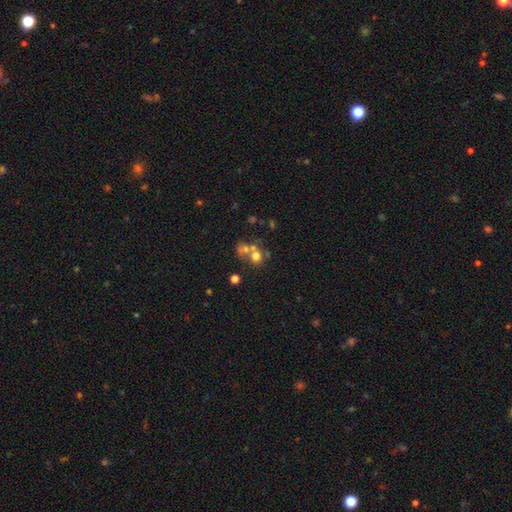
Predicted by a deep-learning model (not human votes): Morphology: type=smooth (61%); roundness=round (75%); merging=merger (49%).